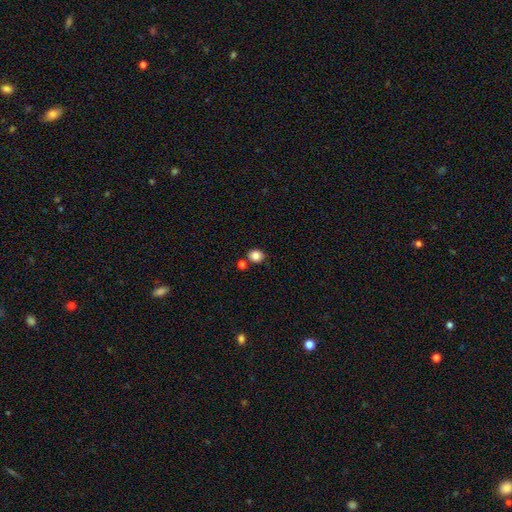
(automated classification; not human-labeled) This is clearly a smooth galaxy (84%). How rounded: likely round (76%). Merging: likely none (74%).